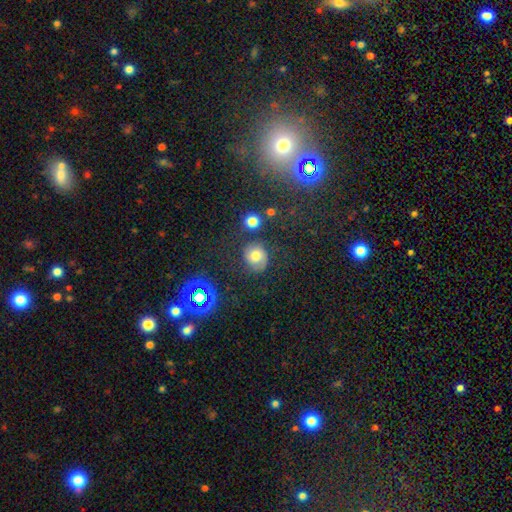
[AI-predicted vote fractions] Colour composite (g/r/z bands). It shows a smooth galaxy with no disk features (59%) that is round (70%). Merging: none (71%).